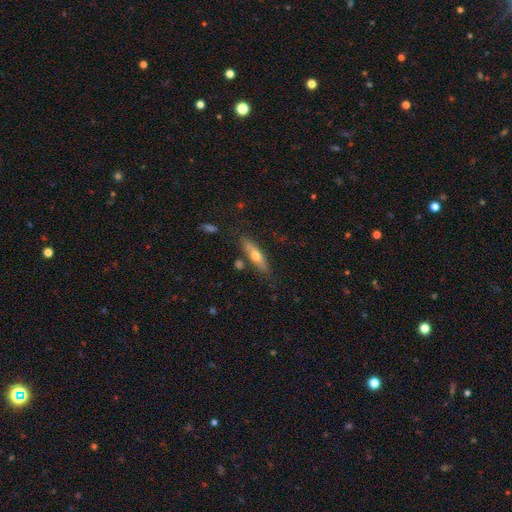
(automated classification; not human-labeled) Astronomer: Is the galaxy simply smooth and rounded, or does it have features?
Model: smooth — 54% (runner-up: featured or disk, 39%).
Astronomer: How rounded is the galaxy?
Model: cigar-shaped — 64%.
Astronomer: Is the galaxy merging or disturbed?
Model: none — 77%.